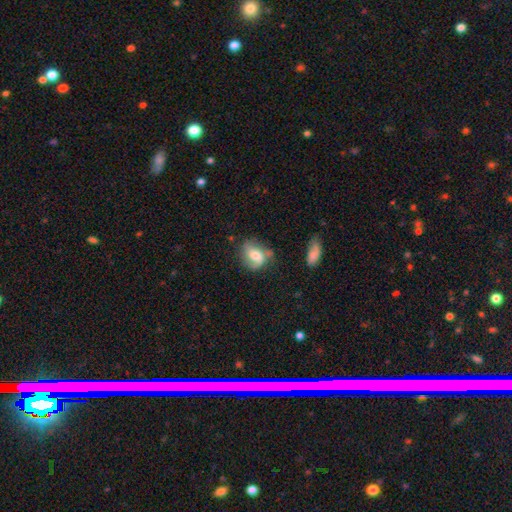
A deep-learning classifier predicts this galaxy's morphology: Smooth or featured?
  - smooth: 48% *
  - featured or disk: 44%
  - star or artifact: 9%
Merging?
  - none: 50% *
  - minor disturbance: 28%
  - major disturbance: 15%
  - merger: 7%